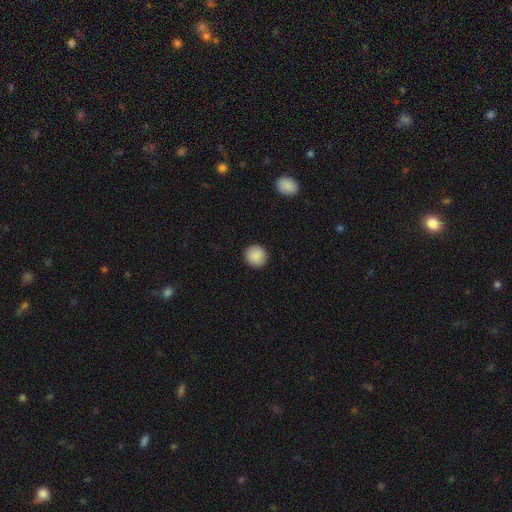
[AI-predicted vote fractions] Q: Smooth or featured?
A: smooth (89%); runner-up: star or artifact (7%)
Q: How rounded?
A: round (94%); runner-up: in between (5%)
Q: Merging?
A: none (92%); runner-up: minor disturbance (5%)